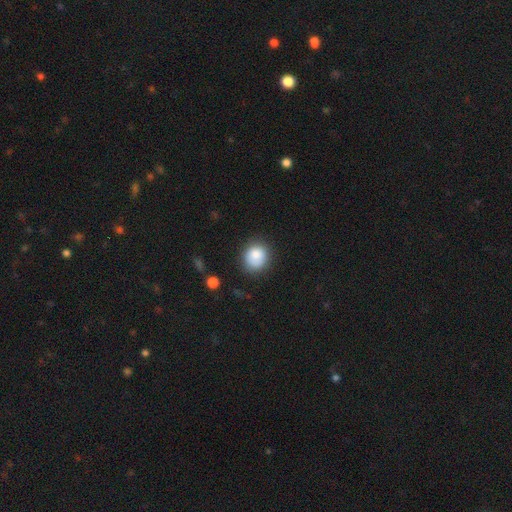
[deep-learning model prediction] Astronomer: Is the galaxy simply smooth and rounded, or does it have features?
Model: smooth — 84%.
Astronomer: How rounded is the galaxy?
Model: round — 80%.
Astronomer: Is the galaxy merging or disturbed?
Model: none — 75%.